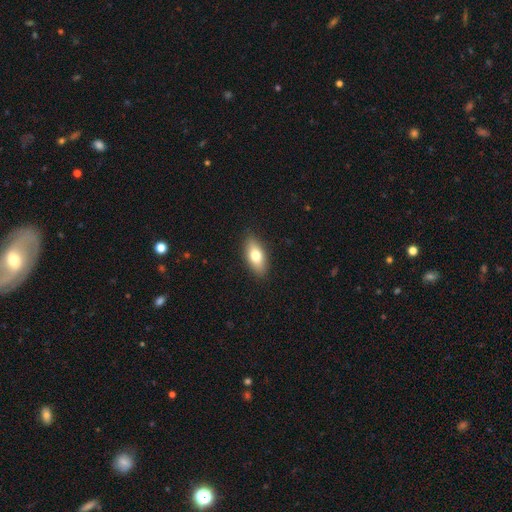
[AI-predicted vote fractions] smooth_or_featured: smooth (p=0.74) [alt: featured or disk p=0.20]
how_rounded: in between (p=0.83) [alt: cigar-shaped p=0.13]
merging: none (p=0.89) [alt: minor disturbance p=0.08]